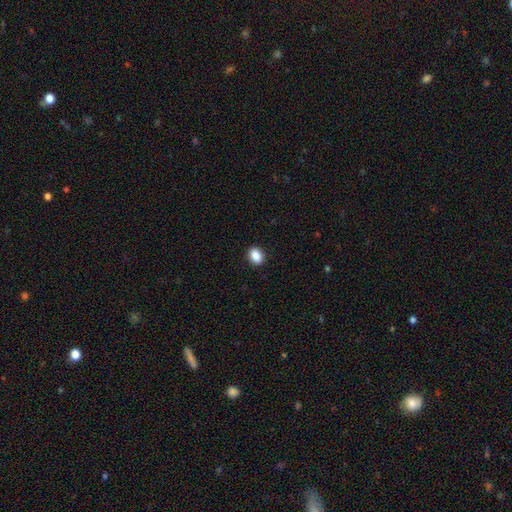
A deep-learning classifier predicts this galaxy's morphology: A smooth galaxy with no disk features (89%) that is in between round and cigar-shaped (76%).

Vote fractions:
- Smooth or featured? smooth: 89% / star or artifact: 8% / featured or disk: 3%
- How rounded? in between: 76% / round: 23% / cigar-shaped: 1%
- Merging? none: 90% / minor disturbance: 7% / major disturbance: 2% / merger: 1%